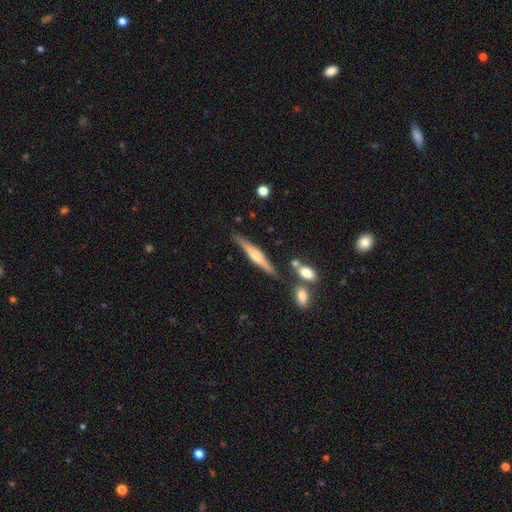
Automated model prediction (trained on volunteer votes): Smooth or featured? Predicted: featured or disk (p=0.64). Edge-on disk? Predicted: yes (p=0.97). Edge-on bulge? Predicted: rounded (p=0.78). Merging? Predicted: none (p=0.81).